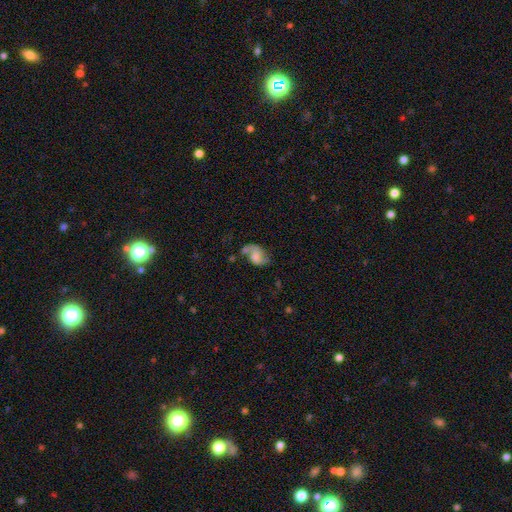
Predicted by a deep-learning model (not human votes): A featured or disk galaxy (50%). Merging: none (38%).